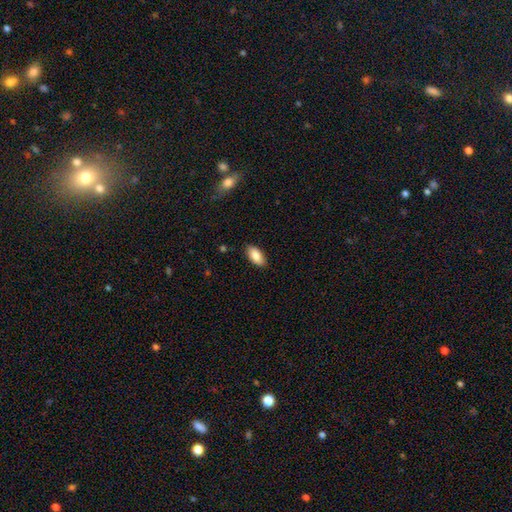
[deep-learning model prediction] smooth_or_featured: smooth (p=0.86) [alt: featured or disk p=0.08]
how_rounded: in between (p=0.92) [alt: cigar-shaped p=0.05]
merging: none (p=0.87) [alt: minor disturbance p=0.10]